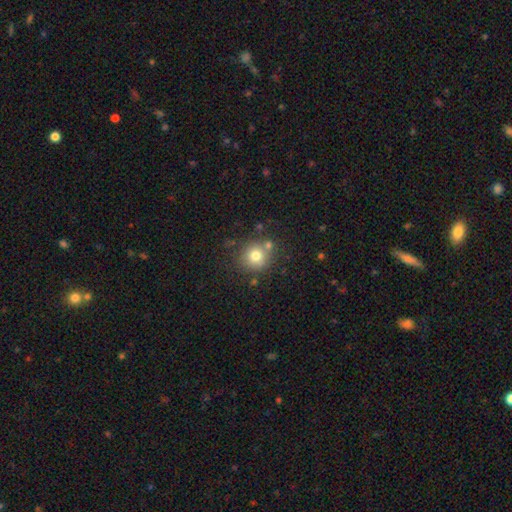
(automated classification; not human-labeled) Overall: smooth (75%). How rounded: round (89%). Merging: none (73%).